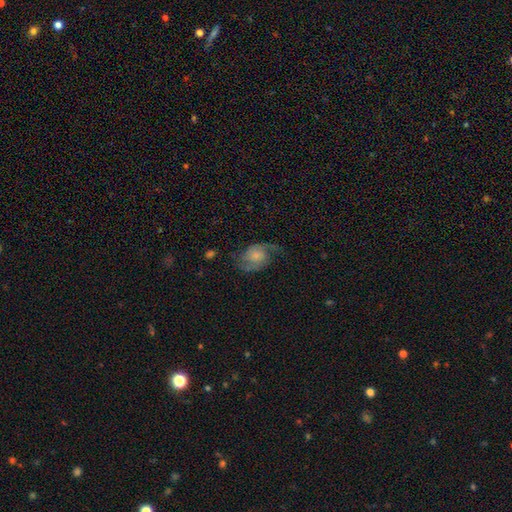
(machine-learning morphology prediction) smooth-or-featured: featured or disk: 74% | smooth: 19% | star or artifact: 7%
  disk-edge-on: no: 98% | yes: 2%
    bar: no: 68% | weak: 28% | strong: 5%
    has-spiral-arms: yes: 94% | no: 6%
      spiral-winding: medium: 44% | loose: 43% | tight: 13%
      spiral-arm-count: 2: 89% | 1: 4% | can't tell: 4% | 3: 1% | 4: 1% | more than 4: 1%
    bulge-size: small: 46% | moderate: 27% | none: 17% | large: 8% | dominant: 3%
  merging: none: 65% | minor disturbance: 20% | major disturbance: 14% | merger: 2%